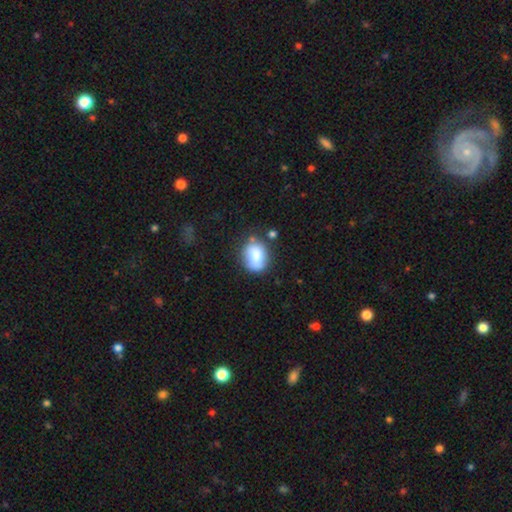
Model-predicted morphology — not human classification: Overall: smooth (79%). How rounded: in between (56%; round 43%). Merging: none (60%; minor disturbance 24%).